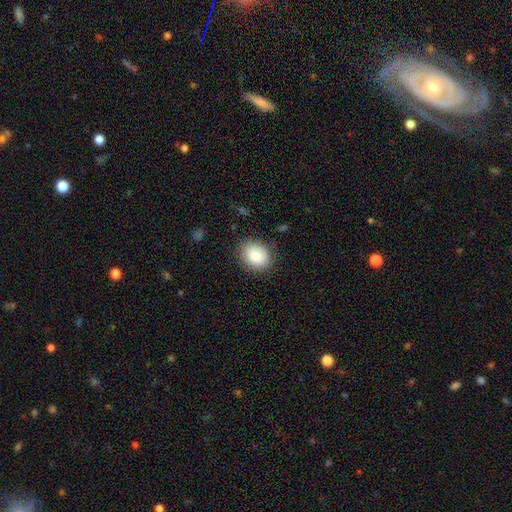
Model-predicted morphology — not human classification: Smooth or featured? Predicted: smooth (p=0.86). How rounded? Predicted: in between (p=0.55). Merging? Predicted: none (p=0.85).